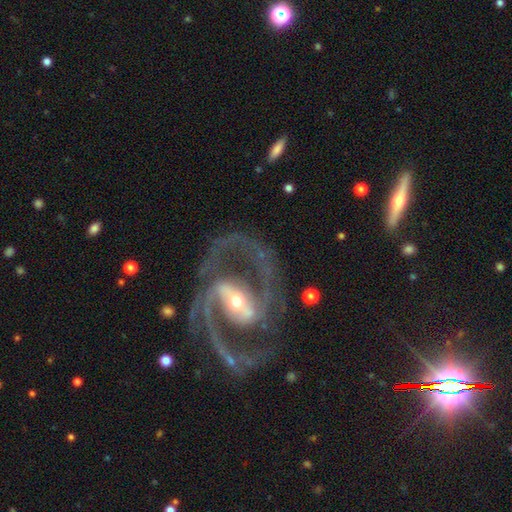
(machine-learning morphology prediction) Smooth or featured?
  - featured or disk: 93% *
  - star or artifact: 5%
  - smooth: 2%
Edge-on disk?
  - no: 97% *
  - yes: 3%
Bar?
  - strong: 58% *
  - weak: 28%
  - no: 14%
Spiral arms?
  - yes: 98% *
  - no: 2%
Spiral winding?
  - medium: 63% *
  - tight: 22%
  - loose: 14%
Spiral arm count?
  - 2: 93% *
  - 3: 2%
  - can't tell: 2%
  - 1: 1%
  - 4: 1%
  - more than 4: 1%
Bulge size?
  - small: 51% *
  - moderate: 43%
  - large: 4%
  - none: 1%
  - dominant: 1%
Merging?
  - none: 76% *
  - minor disturbance: 13%
  - major disturbance: 9%
  - merger: 2%